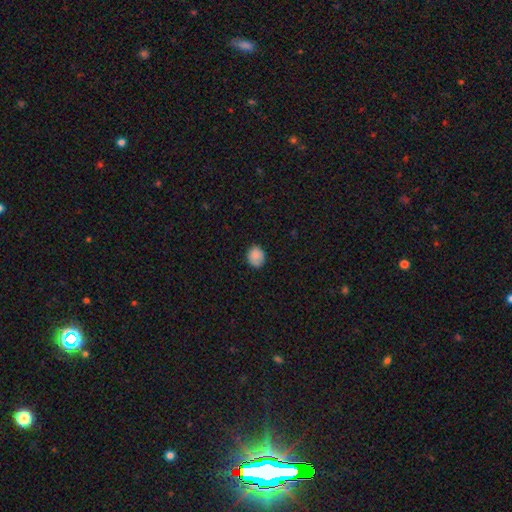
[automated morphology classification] This appears to be a smooth galaxy with no disk features (85%) that is round (69%). Merging: none (79%).